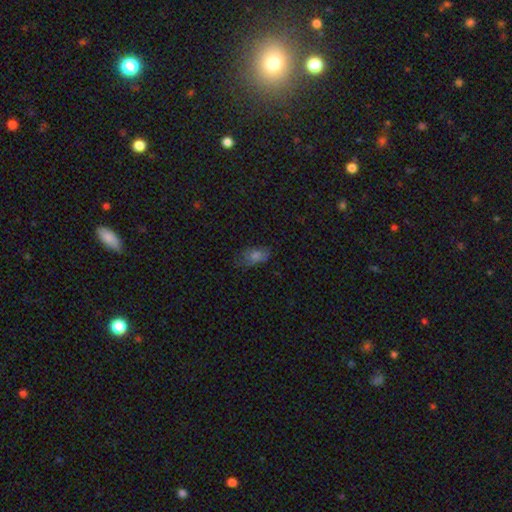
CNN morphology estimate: A smooth galaxy with no disk features (71%) that is in between round and cigar-shaped (83%).

Vote fractions:
- Smooth or featured? smooth: 71% / star or artifact: 17% / featured or disk: 11%
- How rounded? in between: 83% / round: 11% / cigar-shaped: 6%
- Merging? none: 71% / minor disturbance: 22% / major disturbance: 5% / merger: 2%